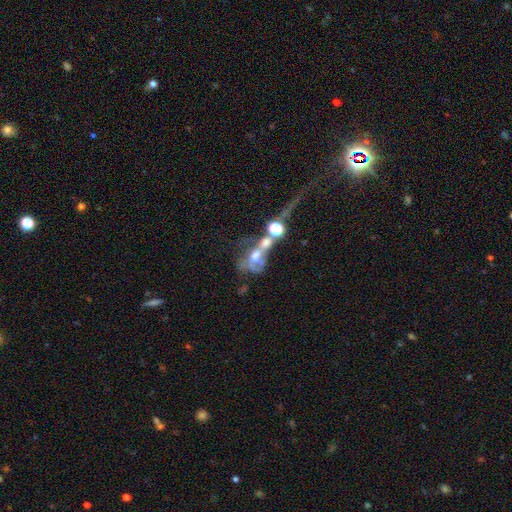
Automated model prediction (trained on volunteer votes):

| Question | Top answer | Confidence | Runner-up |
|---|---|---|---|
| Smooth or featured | featured or disk | 52% | smooth (29%) |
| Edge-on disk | no | 93% | yes (7%) |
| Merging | merger | 50% | major disturbance (29%) |